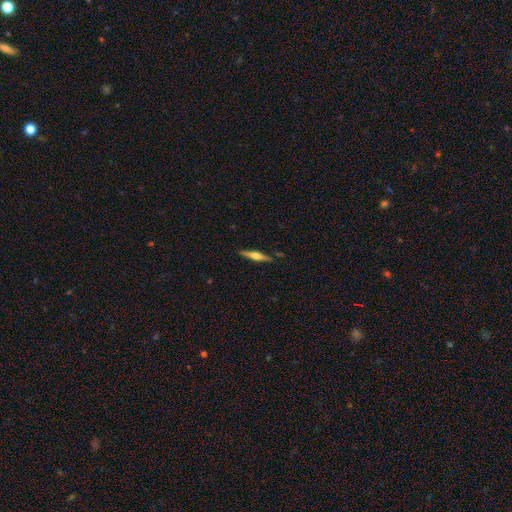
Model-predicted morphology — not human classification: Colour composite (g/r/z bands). It shows a featured or disk galaxy (65%) viewed edge-on (97%) with a rounded central bulge (85%). Merging: none (87%).